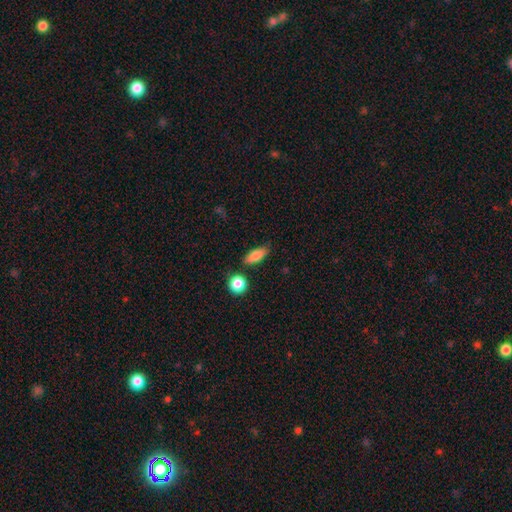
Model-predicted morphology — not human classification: This appears to be a smooth galaxy with no disk features (83%) that is in between round and cigar-shaped (78%). Merging: none (79%).